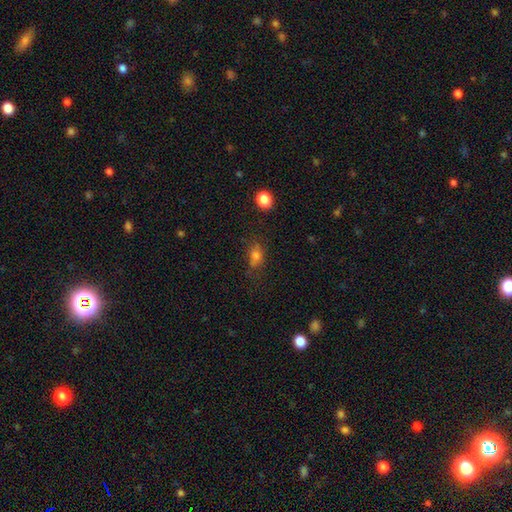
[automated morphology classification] A smooth galaxy with no disk features (68%) that is in between round and cigar-shaped (68%).

Vote fractions:
- Smooth or featured? smooth: 68% / star or artifact: 18% / featured or disk: 15%
- How rounded? in between: 68% / round: 24% / cigar-shaped: 8%
- Merging? none: 61% / minor disturbance: 23% / major disturbance: 12% / merger: 4%